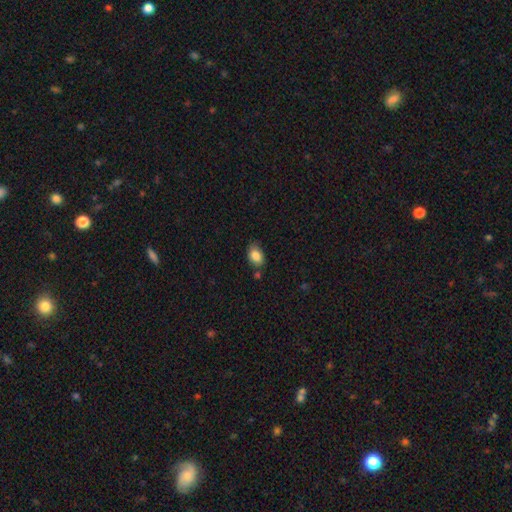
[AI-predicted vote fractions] Smooth or featured? Predicted: smooth (p=0.85). How rounded? Predicted: in between (p=0.83). Merging? Predicted: none (p=0.69).